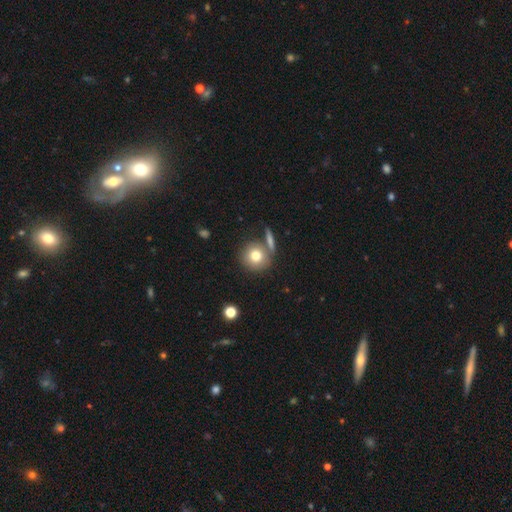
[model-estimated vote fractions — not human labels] Overall: smooth (76%). How rounded: round (90%). Merging: none (68%).